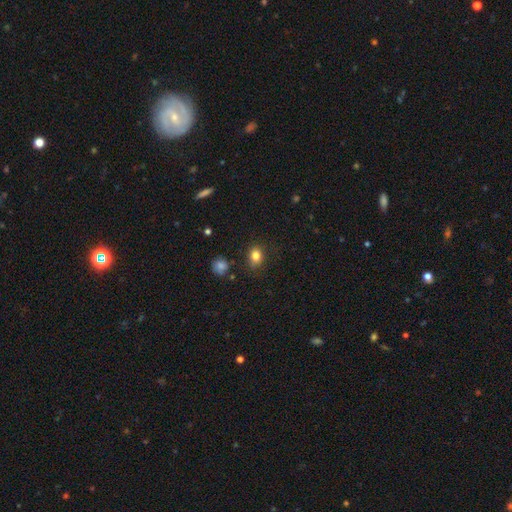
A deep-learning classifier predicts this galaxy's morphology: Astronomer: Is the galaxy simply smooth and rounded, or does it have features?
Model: smooth — 82%.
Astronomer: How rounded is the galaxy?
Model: round — 50% (runner-up: in between, 48%).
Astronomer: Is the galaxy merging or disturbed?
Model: none — 77%.